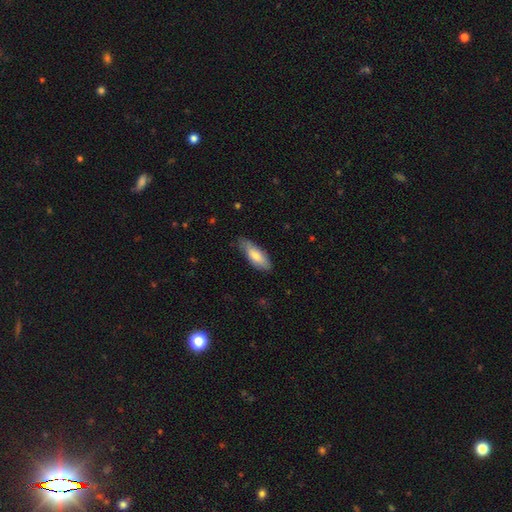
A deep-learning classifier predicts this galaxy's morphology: Smooth or featured? smooth (76%)
How rounded? in between (69%)
Merging? none (71%)